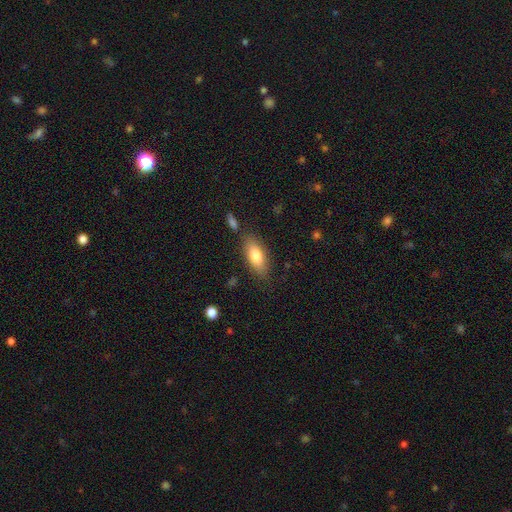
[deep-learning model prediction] A smooth galaxy with no disk features (78%) that is in between round and cigar-shaped (82%). Merging: none (79%).